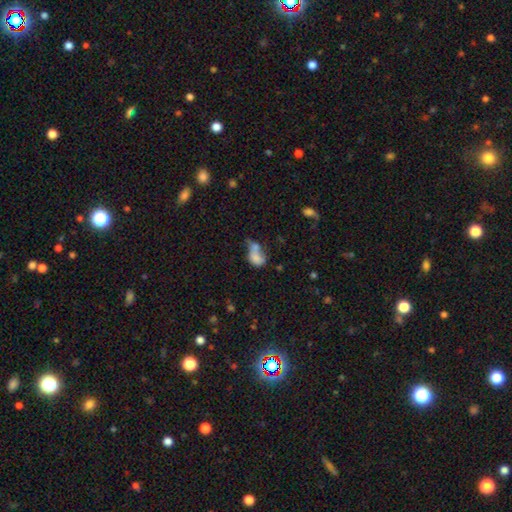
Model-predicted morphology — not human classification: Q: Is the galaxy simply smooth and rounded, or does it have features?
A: smooth — 67%.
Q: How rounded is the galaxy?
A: in between — 79%.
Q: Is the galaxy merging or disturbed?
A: merger — 44%.